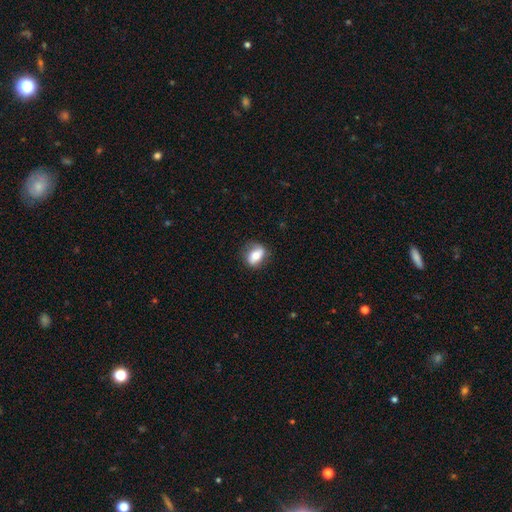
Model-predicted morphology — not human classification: This is likely a smooth galaxy (63%). How rounded: likely in between (65%). Merging: likely none (74%).